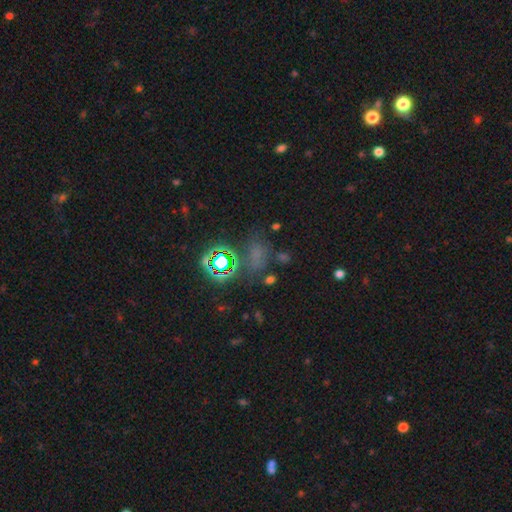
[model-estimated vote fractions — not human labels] smooth-or-featured: star or artifact: 53% | smooth: 36% | featured or disk: 11%